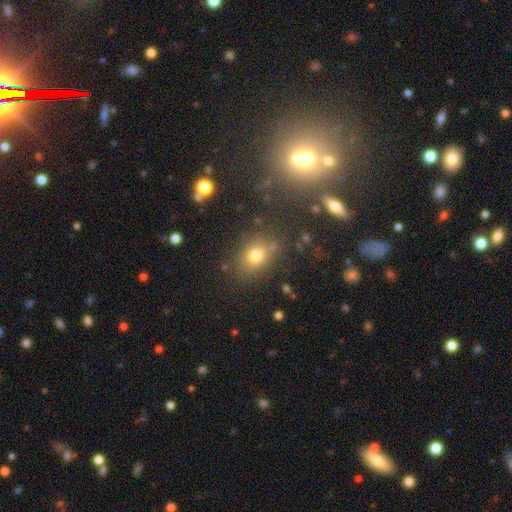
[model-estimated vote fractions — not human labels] The model was most divided on "how rounded": round: 52%, in between: 47%, cigar-shaped: 2%. More confident: merging — none (78%); smooth or featured — smooth (72%).